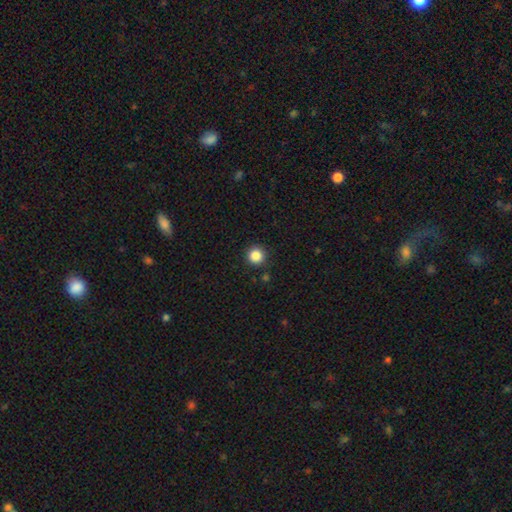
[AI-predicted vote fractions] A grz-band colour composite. It shows a smooth galaxy with no disk features (86%) that is round (95%). Merging: none (90%).